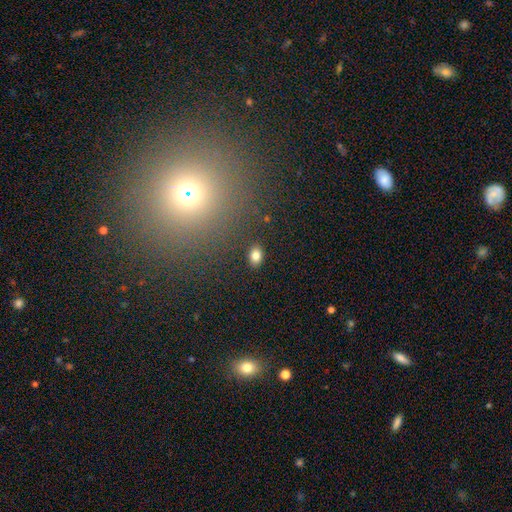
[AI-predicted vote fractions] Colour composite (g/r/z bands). It shows a smooth galaxy with no disk features (82%) that is in between round and cigar-shaped (77%). Merging: none (88%).